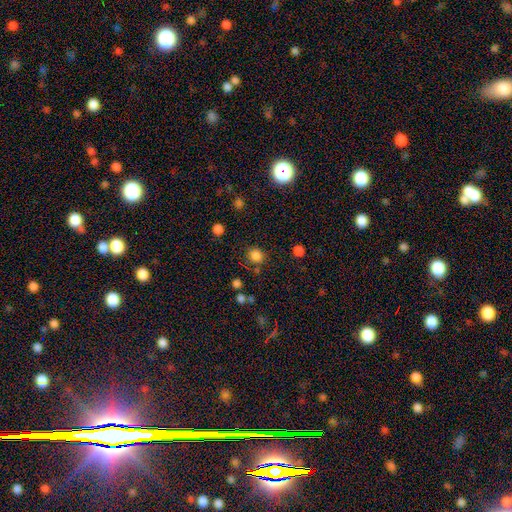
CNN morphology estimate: Overall: smooth (82%). How rounded: round (84%). Merging: none (82%).